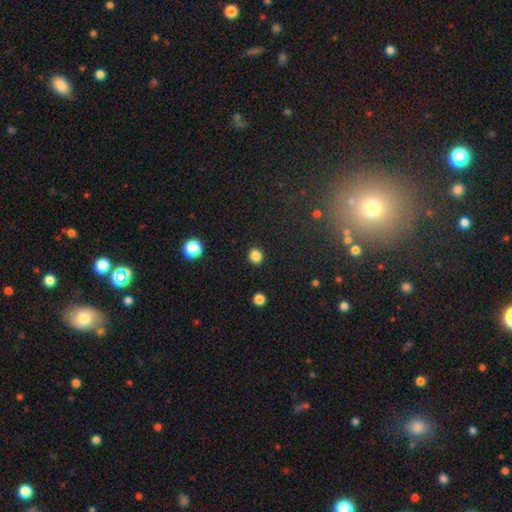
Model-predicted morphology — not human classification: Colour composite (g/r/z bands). It shows a smooth galaxy with no disk features (85%) that is round (86%). Merging: none (91%).